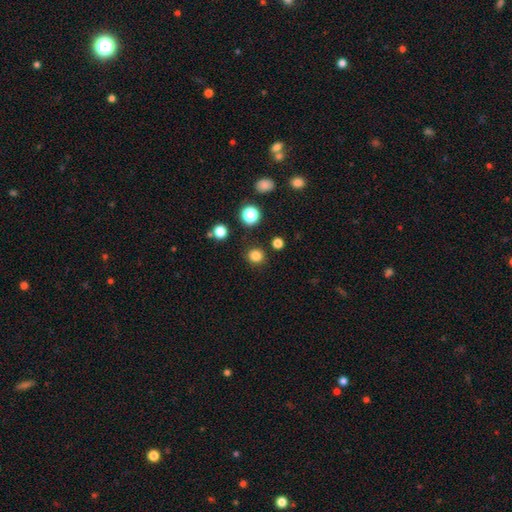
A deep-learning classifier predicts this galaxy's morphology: Smooth or featured? Predicted: smooth (p=0.82). How rounded? Predicted: round (p=0.89). Merging? Predicted: none (p=0.87).